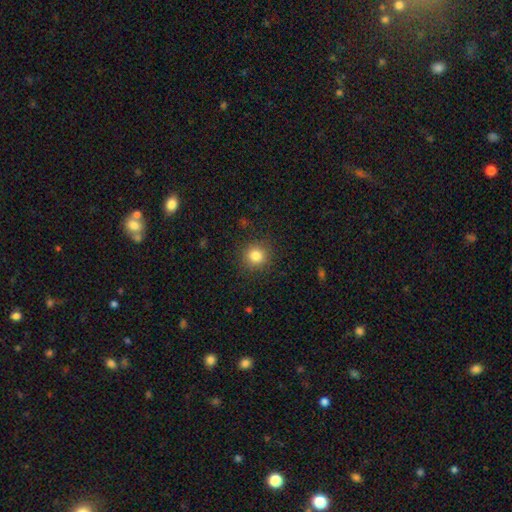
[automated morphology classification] The model was most divided on "smooth or featured": smooth: 83%, star or artifact: 11%, featured or disk: 5%. More confident: how rounded — round (91%); merging — none (88%).